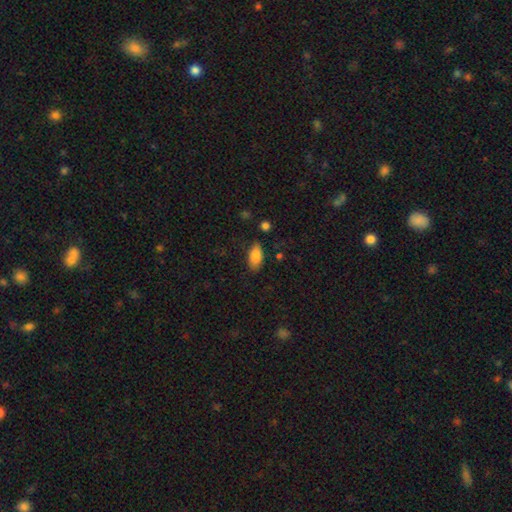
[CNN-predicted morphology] Smooth or featured?
  - smooth: 85% *
  - featured or disk: 8%
  - star or artifact: 7%
How rounded?
  - in between: 90% *
  - cigar-shaped: 7%
  - round: 3%
Merging?
  - none: 79% *
  - minor disturbance: 16%
  - major disturbance: 4%
  - merger: 2%